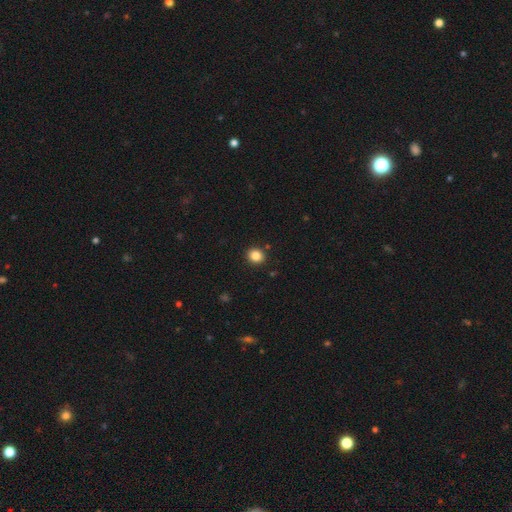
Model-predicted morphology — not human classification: Smooth or featured: smooth — 85% (star or artifact — 11%)
How rounded: round — 81% (in between — 19%)
Merging: none — 90% (minor disturbance — 6%)